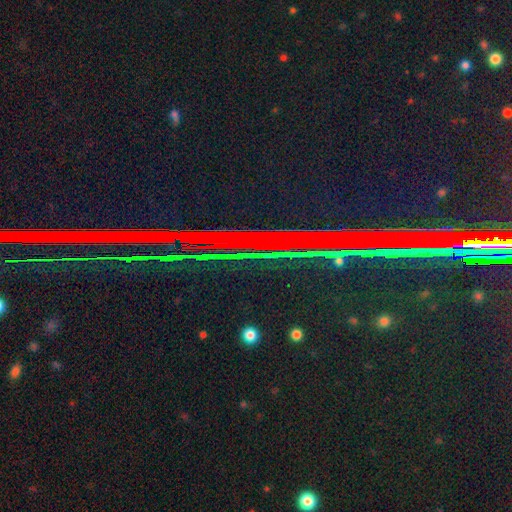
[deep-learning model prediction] A star or artifact, not a galaxy (86%).

Vote fractions:
- Smooth or featured? star or artifact: 86% / featured or disk: 8% / smooth: 6%